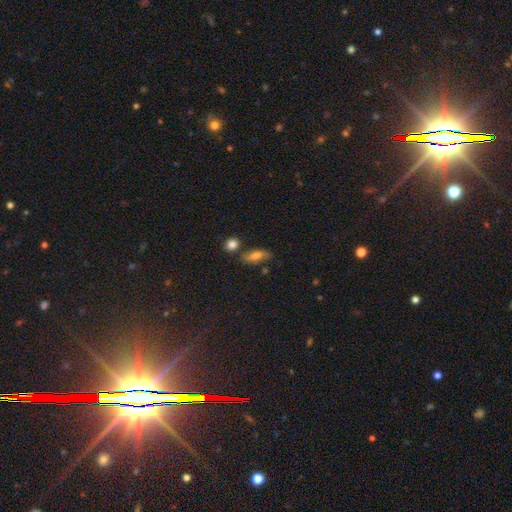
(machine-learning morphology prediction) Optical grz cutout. It shows a smooth galaxy with no disk features (66%) that is in between round and cigar-shaped (63%). Merging: none (64%).